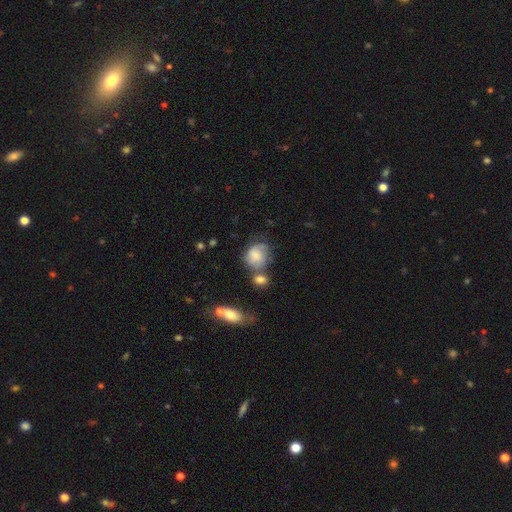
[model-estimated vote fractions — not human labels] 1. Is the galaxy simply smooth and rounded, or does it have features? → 64% smooth, 27% featured or disk, 9% star or artifact.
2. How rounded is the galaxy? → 60% round, 39% in between, 1% cigar-shaped.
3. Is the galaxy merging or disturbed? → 40% none, 24% minor disturbance, 21% merger, 14% major disturbance.